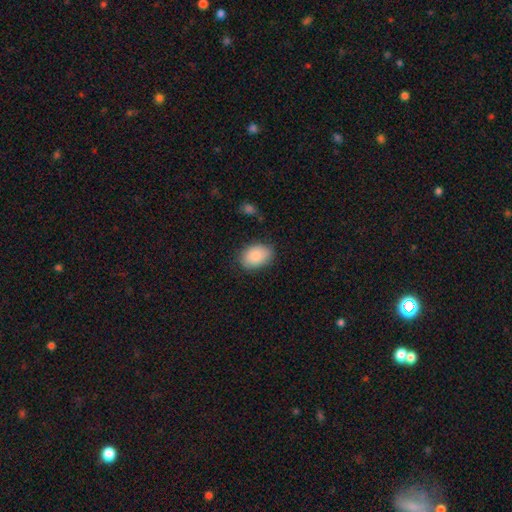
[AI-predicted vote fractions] A smooth galaxy with no disk features (88%) that is in between round and cigar-shaped (83%).

Vote fractions:
- Smooth or featured? smooth: 88% / star or artifact: 7% / featured or disk: 6%
- How rounded? in between: 83% / round: 16% / cigar-shaped: 1%
- Merging? none: 81% / minor disturbance: 15% / major disturbance: 3% / merger: 1%